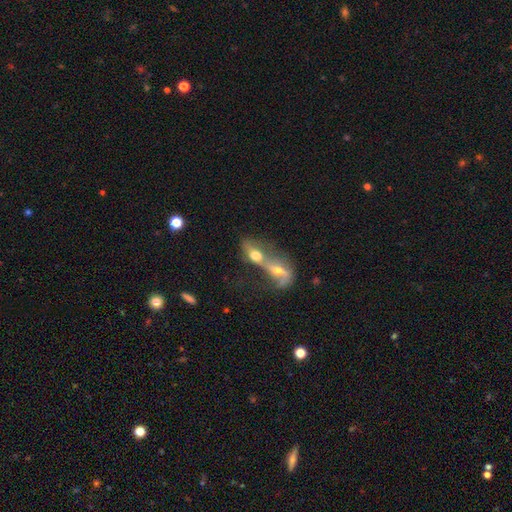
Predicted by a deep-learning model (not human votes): Smooth or featured? smooth (47%)
Merging? merger (80%)